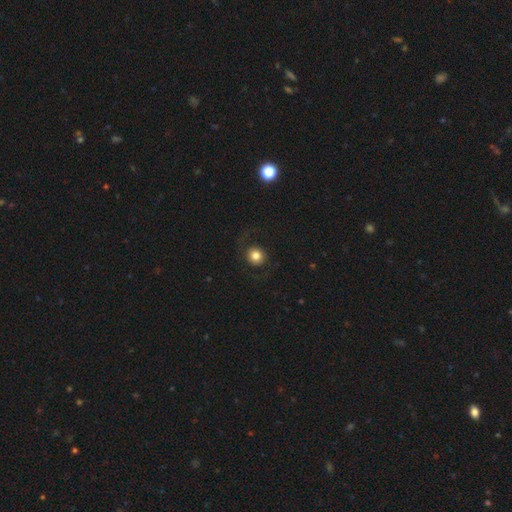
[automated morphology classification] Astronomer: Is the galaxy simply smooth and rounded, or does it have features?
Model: smooth — 74%.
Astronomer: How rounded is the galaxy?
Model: round — 90%.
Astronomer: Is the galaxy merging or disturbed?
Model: none — 81%.